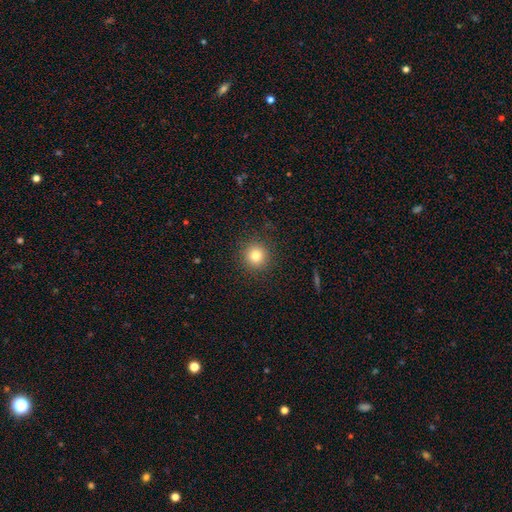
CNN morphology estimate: Smooth or featured?
  - smooth: 81% *
  - star or artifact: 12%
  - featured or disk: 7%
How rounded?
  - round: 94% *
  - in between: 5%
  - cigar-shaped: 1%
Merging?
  - none: 91% *
  - minor disturbance: 6%
  - major disturbance: 3%
  - merger: 1%